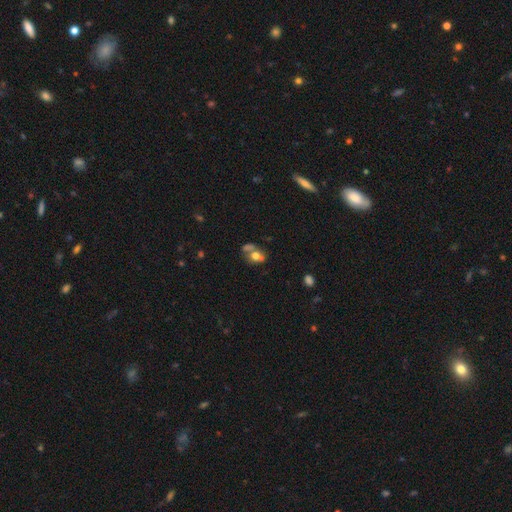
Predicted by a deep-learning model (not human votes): This appears to be a smooth galaxy with no disk features (65%) that is in between round and cigar-shaped (59%). Merging: merger (41%).